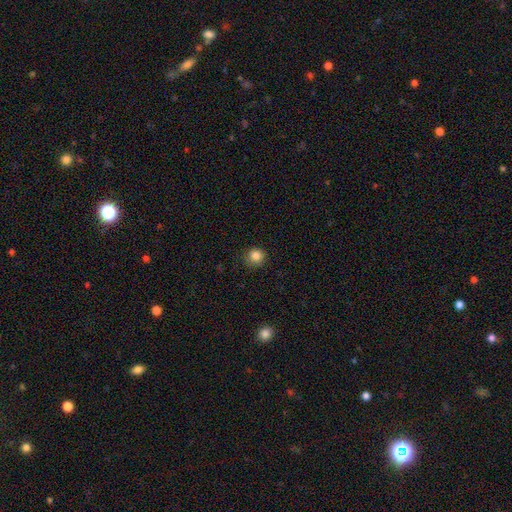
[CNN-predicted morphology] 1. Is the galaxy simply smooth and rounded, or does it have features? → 85% smooth, 11% star or artifact, 4% featured or disk.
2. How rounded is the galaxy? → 91% round, 8% in between, 1% cigar-shaped.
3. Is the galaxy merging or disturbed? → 85% none, 12% minor disturbance, 3% major disturbance, 1% merger.